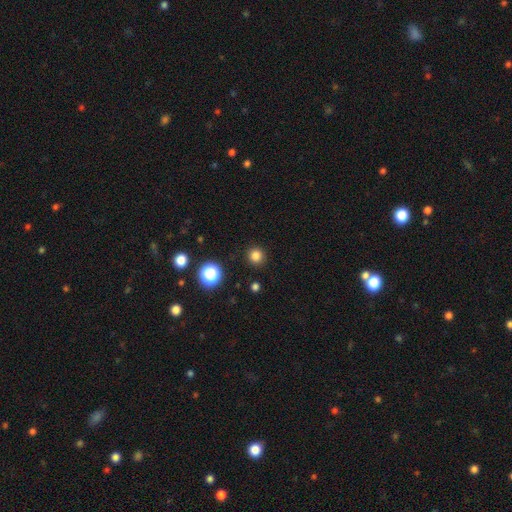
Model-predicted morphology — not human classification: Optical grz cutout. It shows a smooth galaxy with no disk features (81%) that is round (94%). Merging: none (91%).